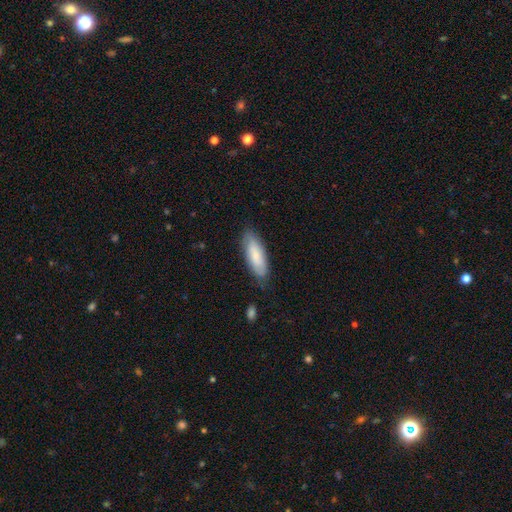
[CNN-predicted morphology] type=smooth (74%); roundness=in between (62%); merging=none (77%).